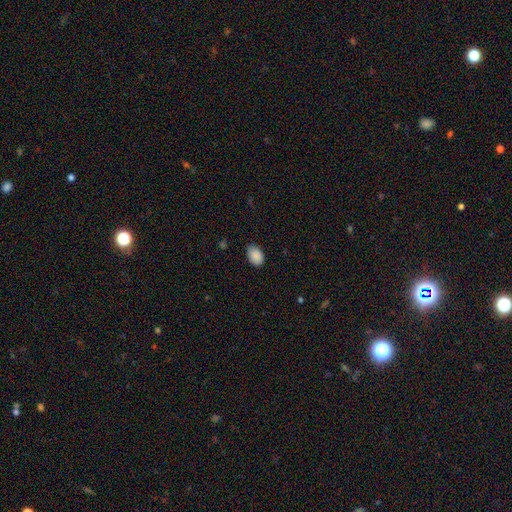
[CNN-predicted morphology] smooth_or_featured: smooth (p=0.90) [alt: star or artifact p=0.07]
how_rounded: in between (p=0.87) [alt: round p=0.12]
merging: none (p=0.77) [alt: minor disturbance p=0.19]